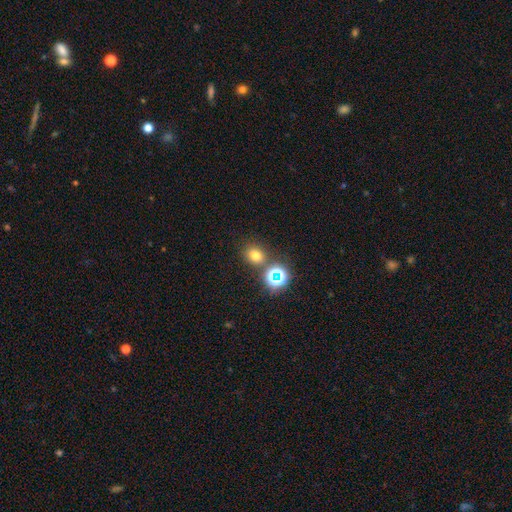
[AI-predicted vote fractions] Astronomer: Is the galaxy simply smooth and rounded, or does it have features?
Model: smooth — 68%.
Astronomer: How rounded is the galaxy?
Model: round — 72%.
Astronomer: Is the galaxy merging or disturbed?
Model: none — 76%.